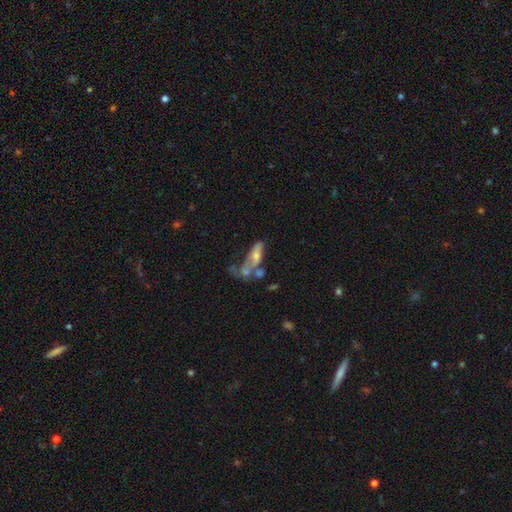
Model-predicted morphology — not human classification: Smooth or featured? featured or disk (48%)
Merging? merger (44%)